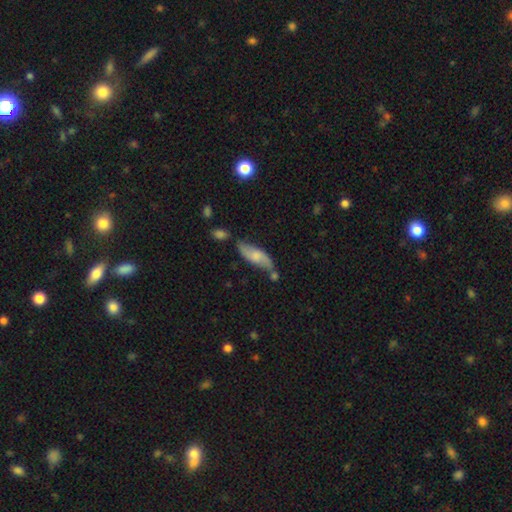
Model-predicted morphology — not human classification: A smooth galaxy with no disk features (53%) that is in between round and cigar-shaped (64%). Merging: none (54%).